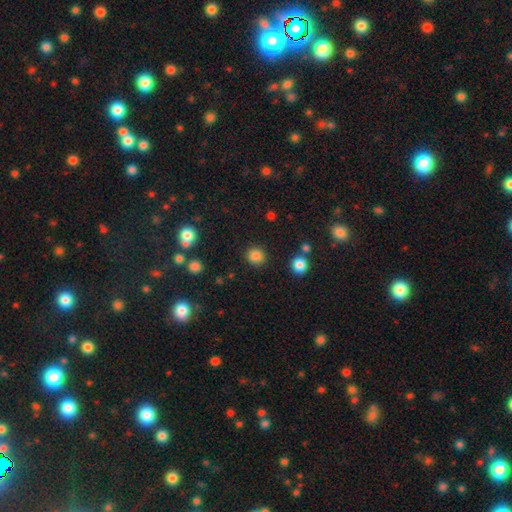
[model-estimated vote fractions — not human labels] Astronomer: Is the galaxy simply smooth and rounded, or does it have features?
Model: smooth — 84%.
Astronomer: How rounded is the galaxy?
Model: round — 90%.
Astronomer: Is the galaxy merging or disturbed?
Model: none — 88%.